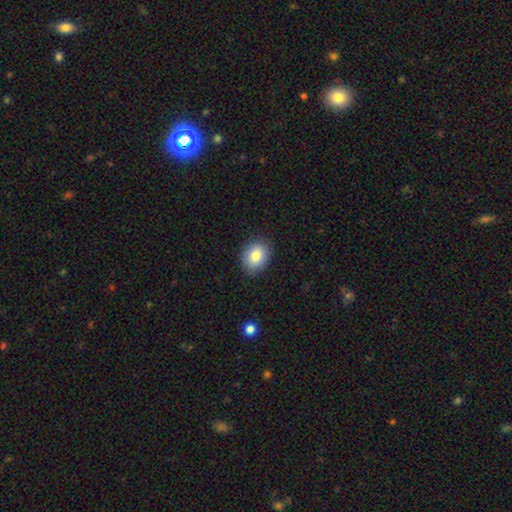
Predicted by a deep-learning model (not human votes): This is clearly a smooth galaxy (85%). How rounded: possibly in between (56%). Merging: clearly none (88%).